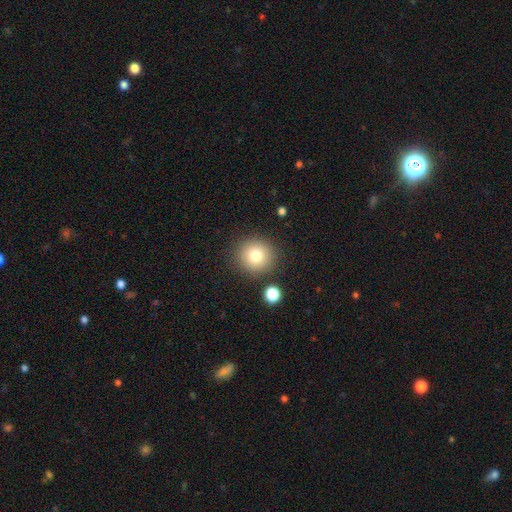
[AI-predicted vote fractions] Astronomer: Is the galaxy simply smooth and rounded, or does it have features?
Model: smooth — 79%.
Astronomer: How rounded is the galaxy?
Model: round — 93%.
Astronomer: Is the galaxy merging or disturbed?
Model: none — 86%.